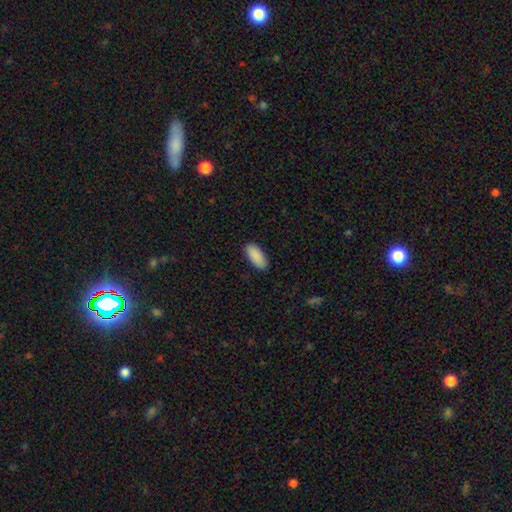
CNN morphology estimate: Smooth or featured?
  - smooth: 91% *
  - star or artifact: 6%
  - featured or disk: 3%
How rounded?
  - in between: 89% *
  - cigar-shaped: 9%
  - round: 2%
Merging?
  - none: 89% *
  - minor disturbance: 8%
  - major disturbance: 2%
  - merger: 1%